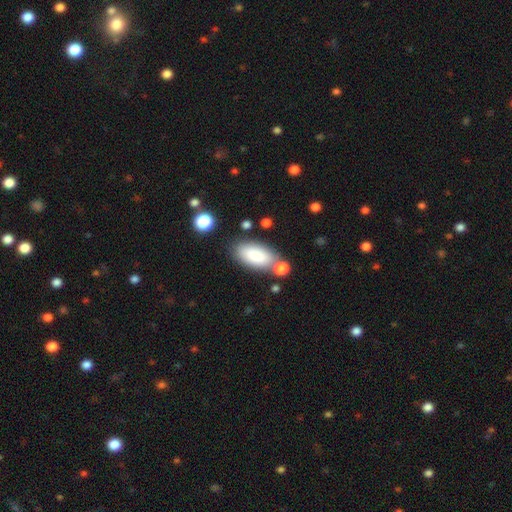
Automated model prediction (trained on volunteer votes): Smooth or featured? smooth (85%)
How rounded? in between (90%)
Merging? none (69%)